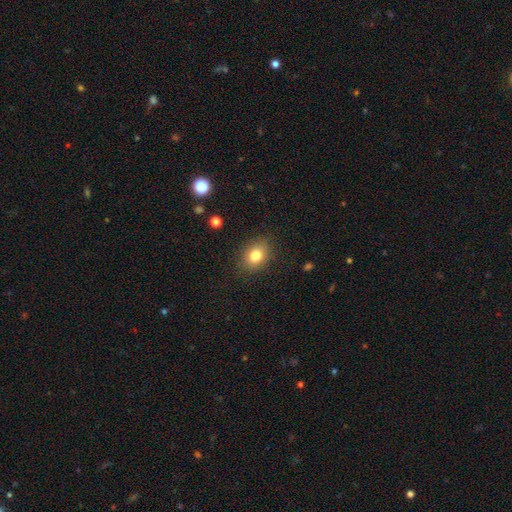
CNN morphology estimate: Smooth or featured? Predicted: smooth (p=0.81). How rounded? Predicted: in between (p=0.64). Merging? Predicted: none (p=0.85).